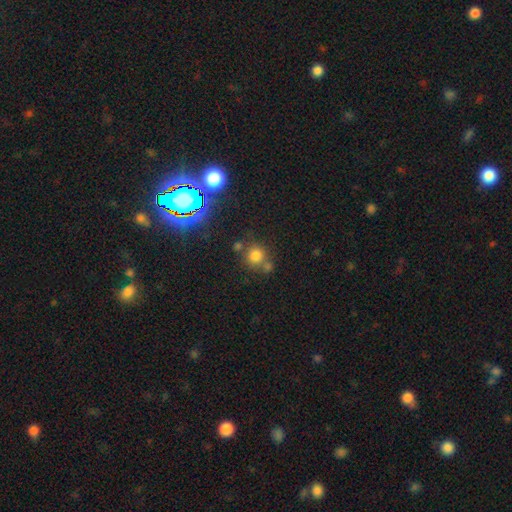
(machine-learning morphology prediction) smooth_or_featured: smooth (p=0.74) [alt: star or artifact p=0.18]
how_rounded: round (p=0.89) [alt: in between p=0.10]
merging: none (p=0.62) [alt: merger p=0.22]